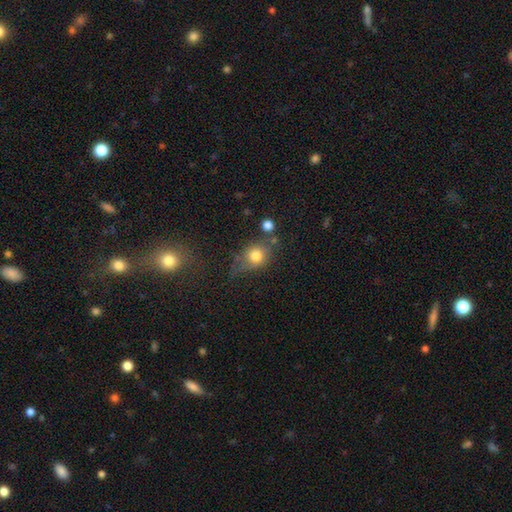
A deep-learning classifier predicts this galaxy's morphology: This is likely a smooth galaxy (76%). How rounded: possibly round (58%). Merging: possibly none (52%).